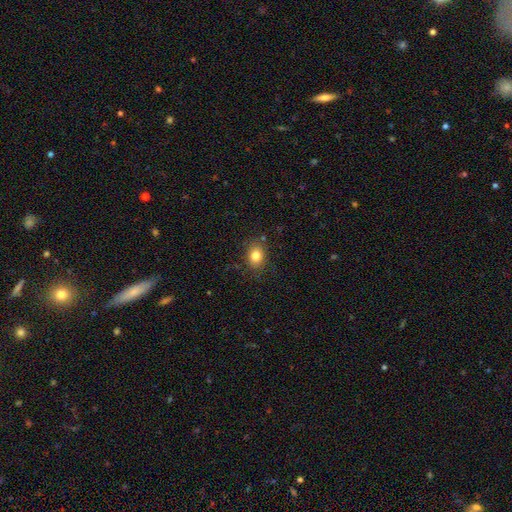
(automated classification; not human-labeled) Q: Smooth or featured?
A: smooth (82%); runner-up: star or artifact (11%)
Q: How rounded?
A: in between (54%); runner-up: round (45%)
Q: Merging?
A: none (84%); runner-up: minor disturbance (11%)